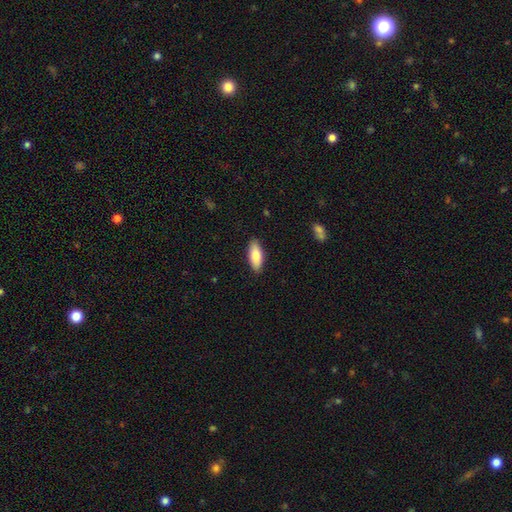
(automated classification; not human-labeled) This is clearly a smooth galaxy (81%). How rounded: likely in between (79%). Merging: clearly none (89%).